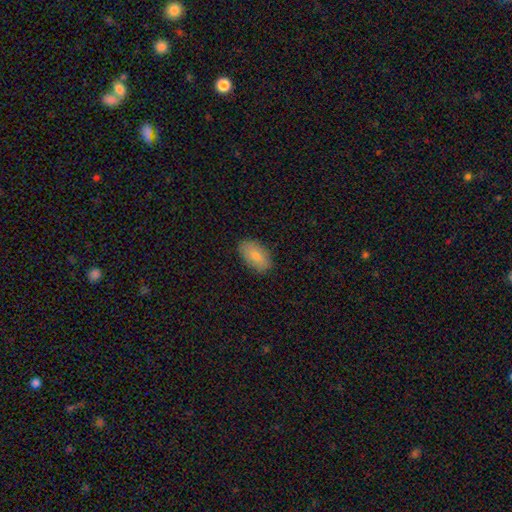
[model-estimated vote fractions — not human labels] Smooth or featured? smooth (81%)
How rounded? in between (93%)
Merging? none (86%)